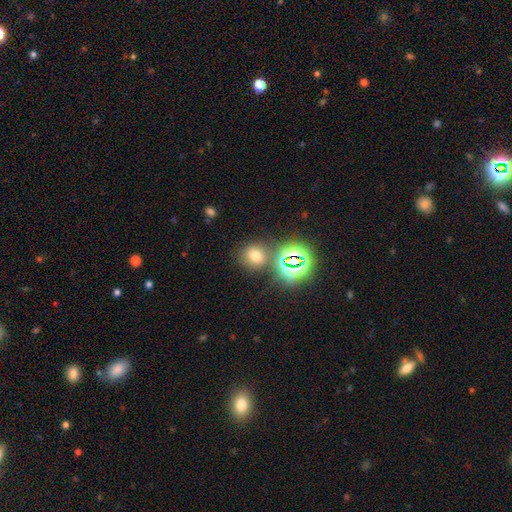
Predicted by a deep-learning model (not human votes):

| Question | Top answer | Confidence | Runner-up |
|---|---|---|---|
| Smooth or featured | smooth | 63% | star or artifact (28%) |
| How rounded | round | 80% | in between (19%) |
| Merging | none | 73% | merger (12%) |